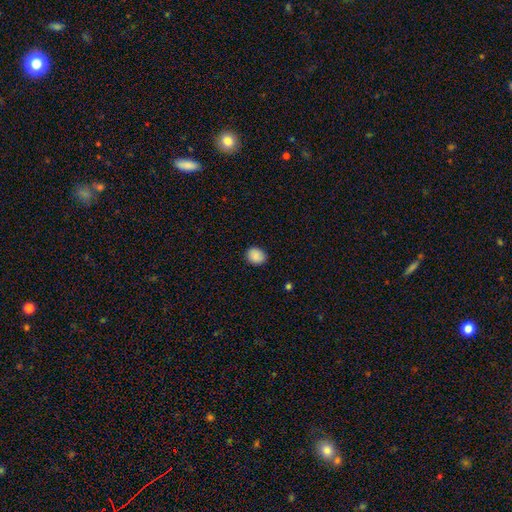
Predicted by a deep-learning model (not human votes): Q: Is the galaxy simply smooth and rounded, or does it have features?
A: smooth — 89%.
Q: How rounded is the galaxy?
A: round — 60%.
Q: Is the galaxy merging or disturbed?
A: none — 88%.